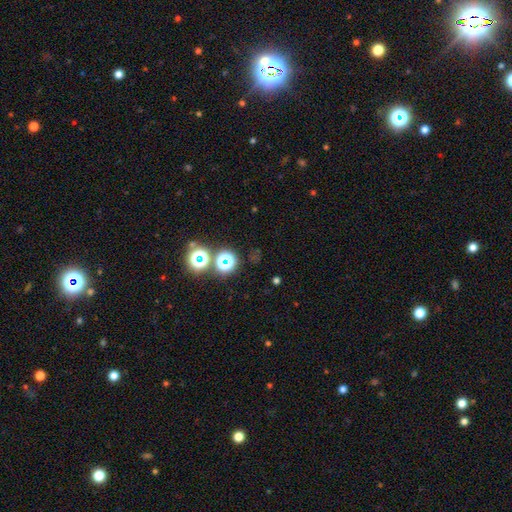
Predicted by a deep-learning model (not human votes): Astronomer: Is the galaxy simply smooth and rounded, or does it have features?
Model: star or artifact — 70%.